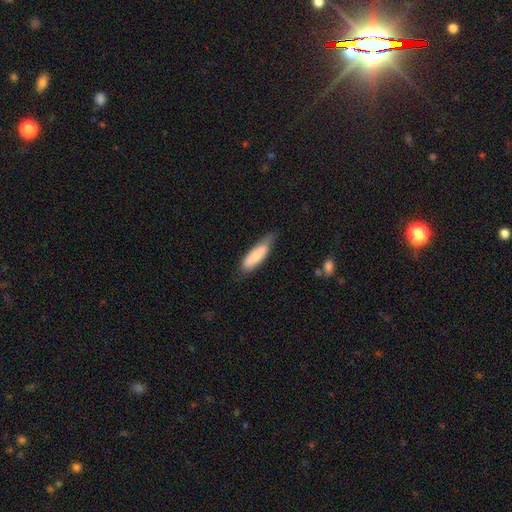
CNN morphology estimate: A smooth galaxy with no disk features (74%) that is cigar-shaped (56%). Merging: none (63%).